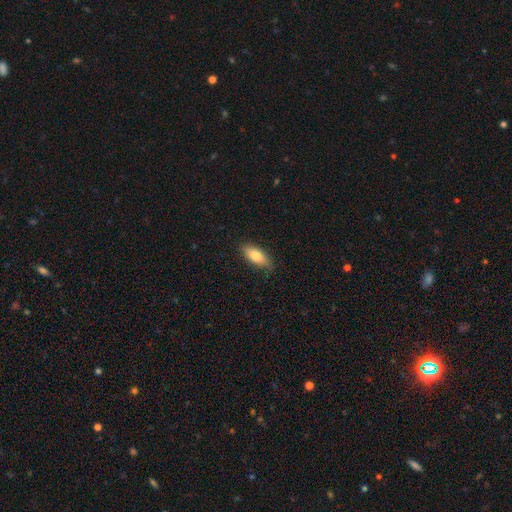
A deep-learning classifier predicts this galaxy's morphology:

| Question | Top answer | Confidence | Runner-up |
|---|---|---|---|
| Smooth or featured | smooth | 80% | featured or disk (13%) |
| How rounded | in between | 76% | cigar-shaped (22%) |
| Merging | none | 80% | minor disturbance (17%) |